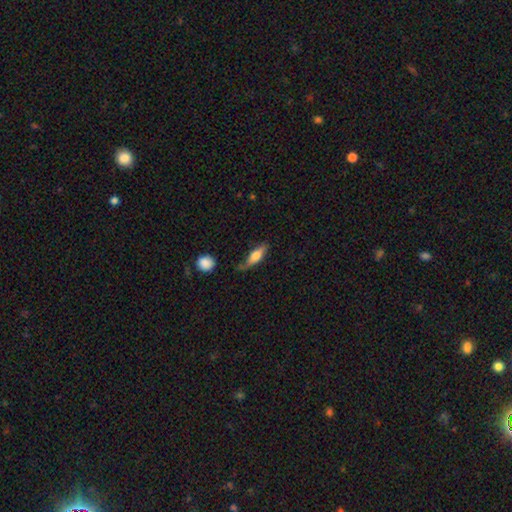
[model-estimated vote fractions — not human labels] Smooth or featured: smooth — 60% (featured or disk — 33%)
How rounded: in between — 53% (cigar-shaped — 43%)
Merging: none — 58% (minor disturbance — 27%)